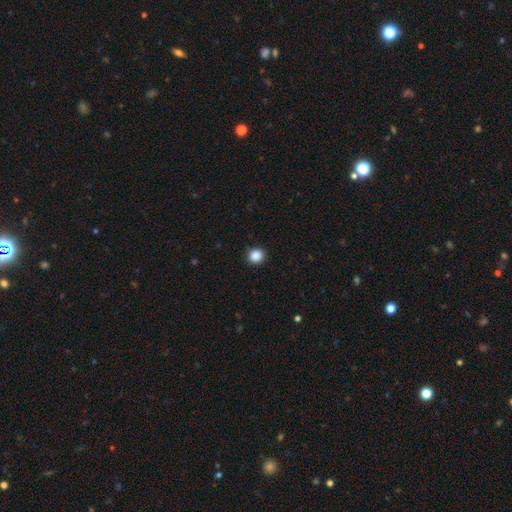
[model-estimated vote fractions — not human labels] Smooth or featured? smooth (87%)
How rounded? round (90%)
Merging? none (92%)